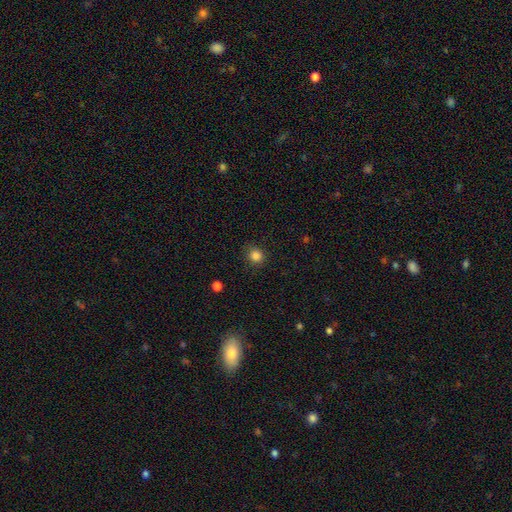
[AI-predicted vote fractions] Overall: smooth (84%). How rounded: round (86%). Merging: none (86%).